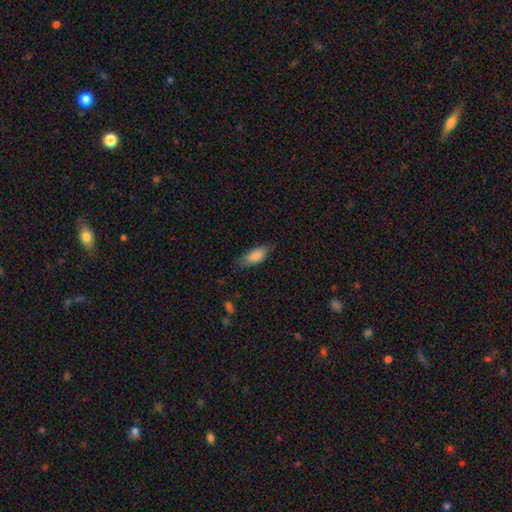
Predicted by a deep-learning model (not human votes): smooth 84%, featured or disk 9%, star or artifact 7%. Down the decision tree: how rounded — in between (82%); merging — none (64%).